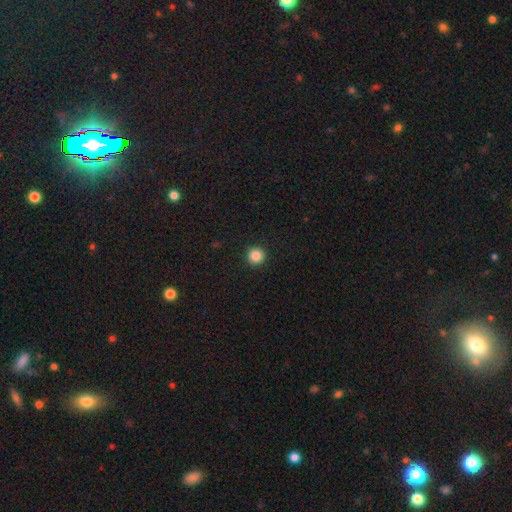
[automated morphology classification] smooth_or_featured: smooth (p=0.86) [alt: star or artifact p=0.10]
how_rounded: round (p=0.96) [alt: in between p=0.03]
merging: none (p=0.94) [alt: minor disturbance p=0.04]